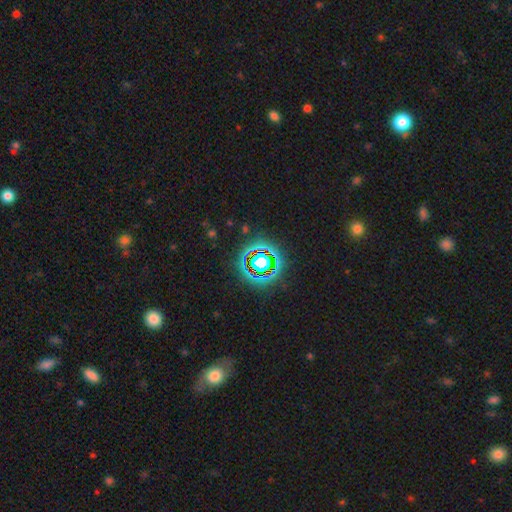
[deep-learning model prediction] smooth-or-featured: star or artifact: 75% | smooth: 16% | featured or disk: 10%